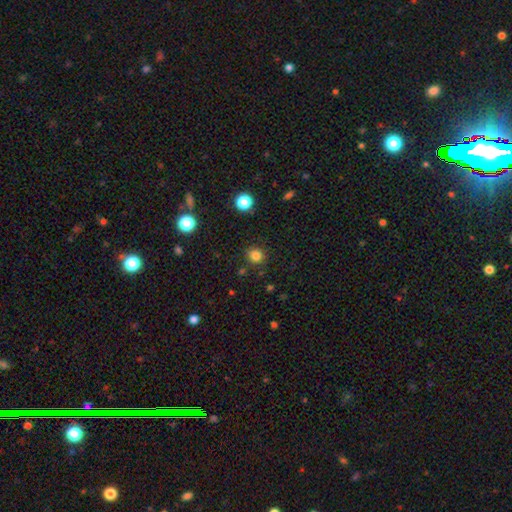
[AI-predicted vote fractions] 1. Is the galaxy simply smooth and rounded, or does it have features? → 82% smooth, 14% star or artifact, 5% featured or disk.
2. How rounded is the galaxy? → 84% round, 15% in between, 1% cigar-shaped.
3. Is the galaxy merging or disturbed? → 87% none, 9% minor disturbance, 3% major disturbance, 2% merger.